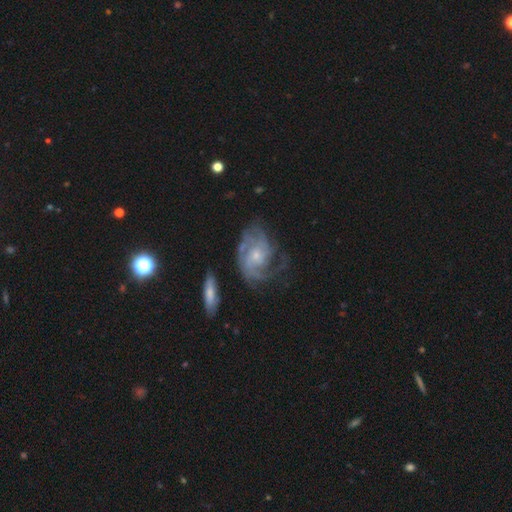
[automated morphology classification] smooth_or_featured: featured or disk (p=0.84) [alt: smooth p=0.10]
disk_edge_on: no (p=0.97) [alt: yes p=0.03]
bar: no (p=0.71) [alt: weak p=0.25]
has_spiral_arms: yes (p=0.93) [alt: no p=0.07]
spiral_winding: tight (p=0.46) [alt: medium p=0.39]
spiral_arm_count: can't tell (p=0.32) [alt: 2 p=0.25]
bulge_size: small (p=0.70) [alt: moderate p=0.24]
merging: none (p=0.54) [alt: minor disturbance p=0.21]